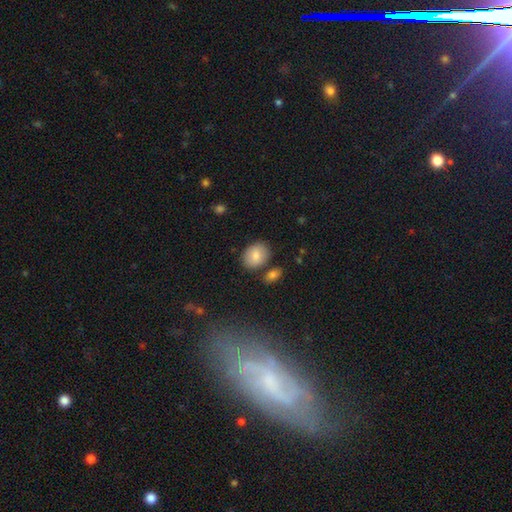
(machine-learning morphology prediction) Overall: smooth (82%). How rounded: in between (60%; round 39%). Merging: none (76%).